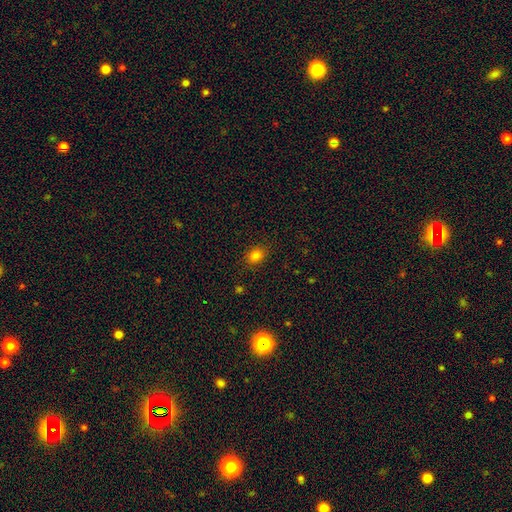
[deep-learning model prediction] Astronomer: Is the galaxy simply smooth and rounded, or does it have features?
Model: smooth — 81%.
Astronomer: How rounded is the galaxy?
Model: in between — 65%.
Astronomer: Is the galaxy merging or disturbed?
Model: none — 86%.